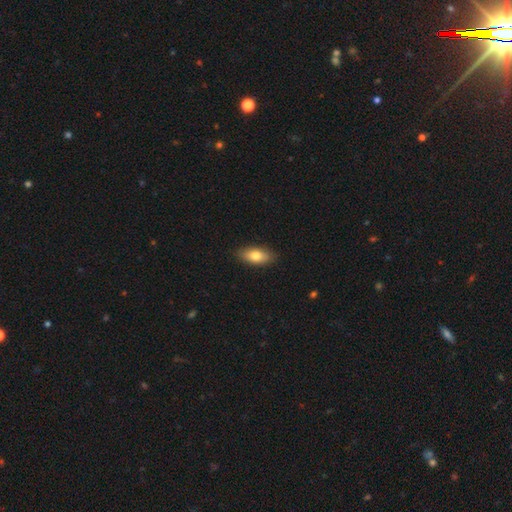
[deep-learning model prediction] Smooth or featured? Predicted: smooth (p=0.77). How rounded? Predicted: in between (p=0.83). Merging? Predicted: none (p=0.87).